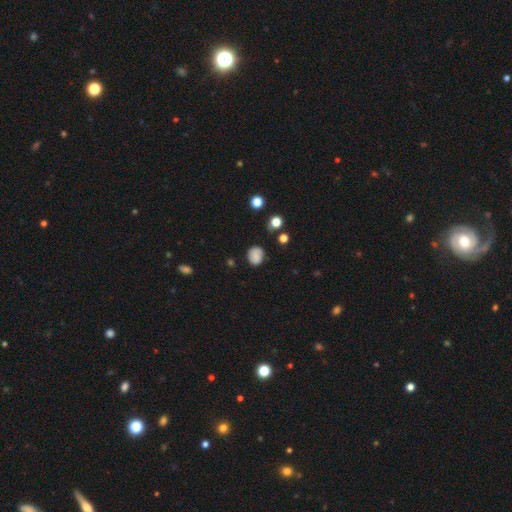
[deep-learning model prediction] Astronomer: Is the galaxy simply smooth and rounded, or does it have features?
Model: smooth — 79%.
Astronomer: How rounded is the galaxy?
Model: round — 60% (runner-up: in between, 39%).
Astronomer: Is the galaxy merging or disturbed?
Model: none — 68%.